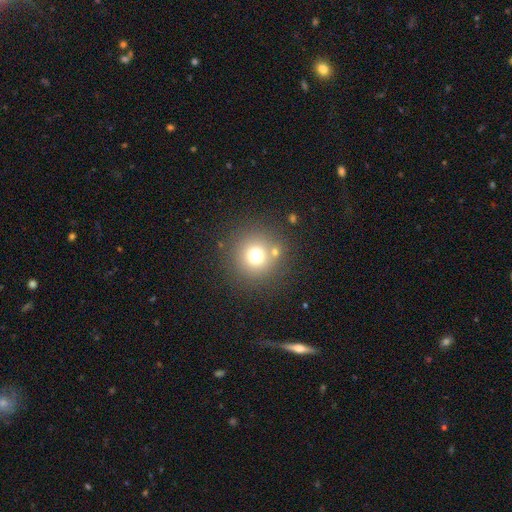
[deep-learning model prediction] This appears to be a smooth galaxy with no disk features (71%) that is round (95%). Merging: none (81%).